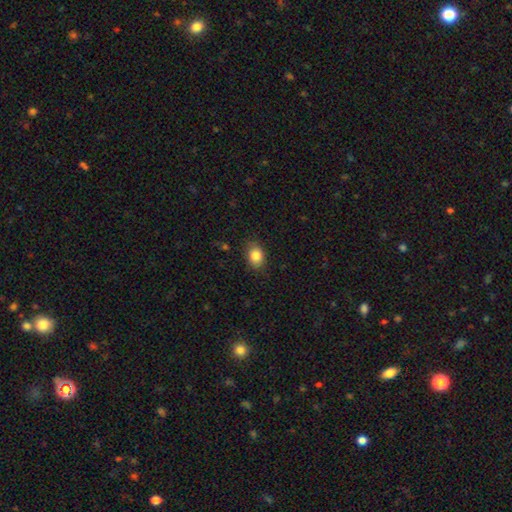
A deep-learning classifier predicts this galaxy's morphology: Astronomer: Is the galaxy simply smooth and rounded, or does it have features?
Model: smooth — 85%.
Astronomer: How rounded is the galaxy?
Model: in between — 68%.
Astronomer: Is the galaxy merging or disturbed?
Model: none — 82%.